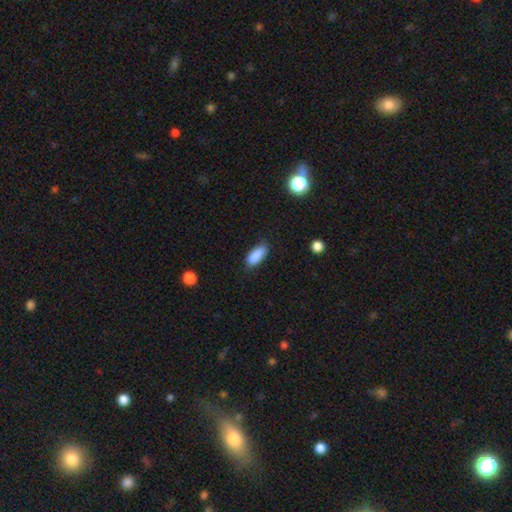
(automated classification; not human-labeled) This is clearly a smooth galaxy (89%). How rounded: clearly in between (82%). Merging: clearly none (82%).